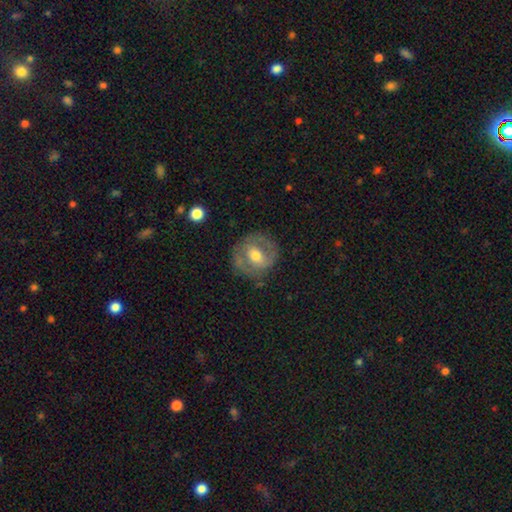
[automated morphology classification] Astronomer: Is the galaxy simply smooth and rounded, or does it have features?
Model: featured or disk — 54% (runner-up: smooth, 39%).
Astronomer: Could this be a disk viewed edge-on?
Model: no — 95%.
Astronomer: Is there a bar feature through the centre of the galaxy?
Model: no — 42% (runner-up: weak, 40%).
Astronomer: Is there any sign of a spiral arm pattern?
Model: no — 52% (runner-up: yes, 48%).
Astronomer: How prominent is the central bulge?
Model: moderate — 72%.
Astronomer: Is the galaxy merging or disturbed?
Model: none — 73%.